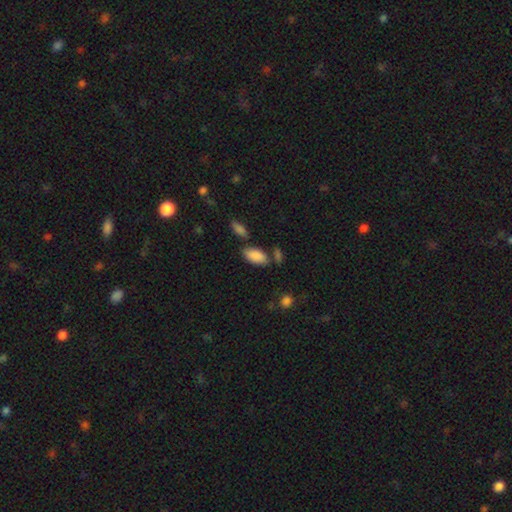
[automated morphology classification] Overall: smooth (88%). How rounded: in between (94%). Merging: none (70%).